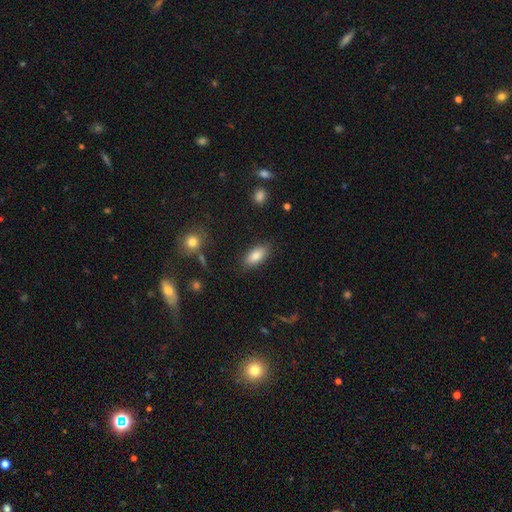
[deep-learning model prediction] smooth 85%, featured or disk 8%, star or artifact 7%. Down the decision tree: how rounded — in between (89%); merging — none (85%).